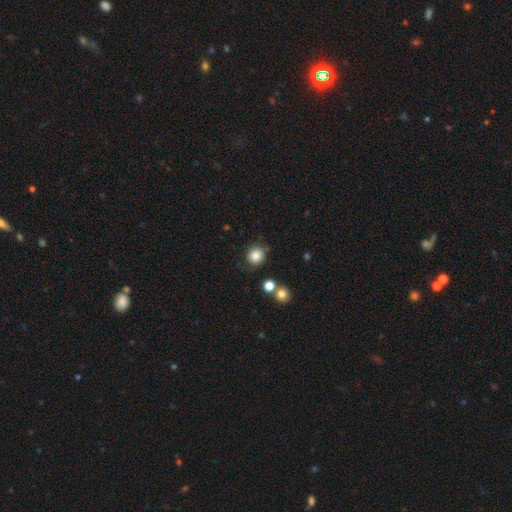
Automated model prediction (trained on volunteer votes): Q: Smooth or featured?
A: smooth (83%); runner-up: star or artifact (10%)
Q: How rounded?
A: round (88%); runner-up: in between (11%)
Q: Merging?
A: none (75%); runner-up: minor disturbance (15%)